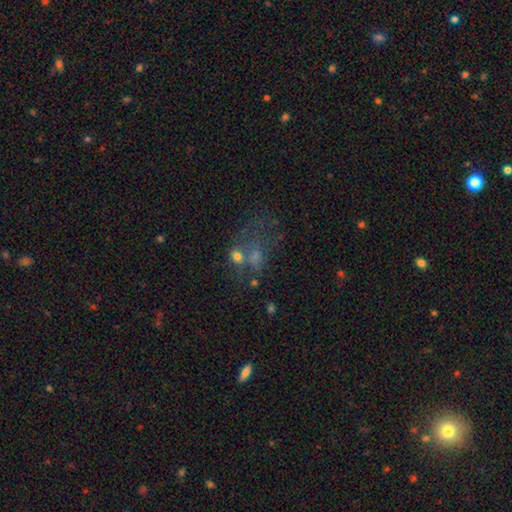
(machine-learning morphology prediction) smooth_or_featured: smooth (p=0.41) [alt: featured or disk p=0.31]
merging: merger (p=0.33) [alt: none p=0.30]